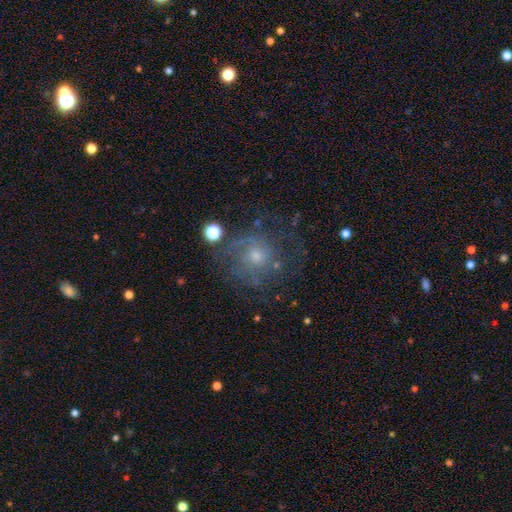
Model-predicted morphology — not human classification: Smooth or featured: featured or disk — 57% (smooth — 27%)
Edge-on disk: no — 97% (yes — 3%)
Bar: no — 81% (weak — 17%)
Spiral arms: yes — 75% (no — 25%)
Bulge size: small — 54% (moderate — 38%)
Merging: none — 62% (minor disturbance — 19%)